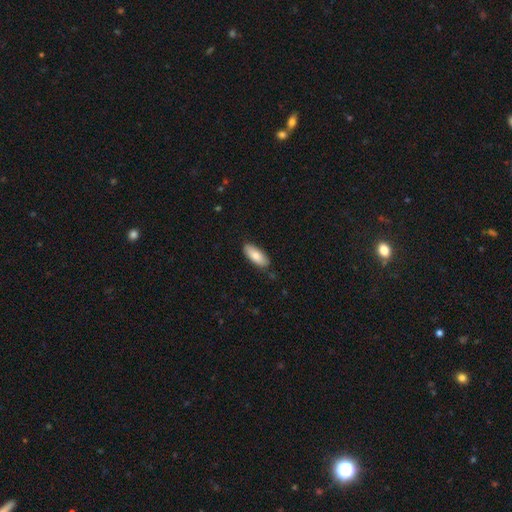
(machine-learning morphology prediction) A smooth galaxy with no disk features (80%) that is in between round and cigar-shaped (81%). Merging: none (85%).